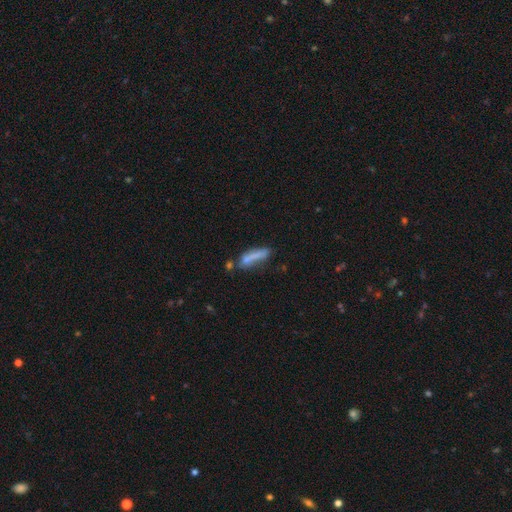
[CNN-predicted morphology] The model was most divided on "merging": none: 43%, minor disturbance: 23%, merger: 20%, major disturbance: 14%. More confident: how rounded — cigar-shaped (74%); smooth or featured — smooth (68%).